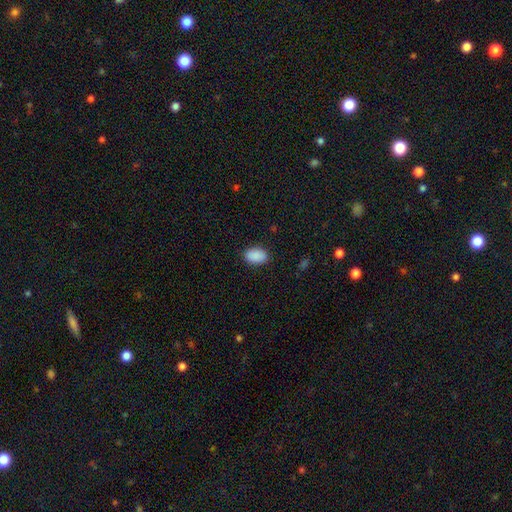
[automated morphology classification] smooth-or-featured: smooth: 90% | star or artifact: 7% | featured or disk: 3%
  how-rounded: in between: 90% | round: 9% | cigar-shaped: 1%
  merging: none: 87% | minor disturbance: 9% | major disturbance: 2% | merger: 1%